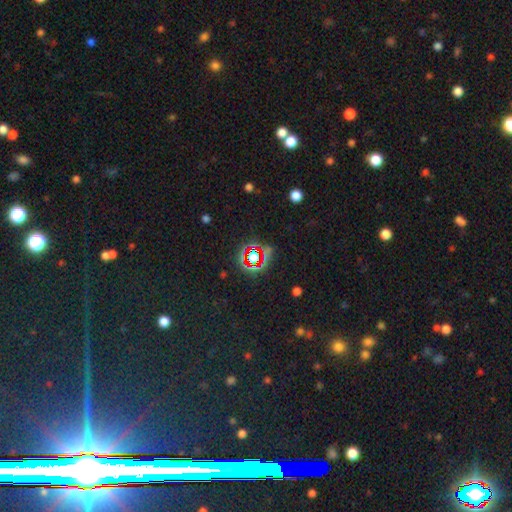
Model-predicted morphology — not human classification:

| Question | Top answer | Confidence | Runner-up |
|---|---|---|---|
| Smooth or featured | star or artifact | 73% | smooth (17%) |